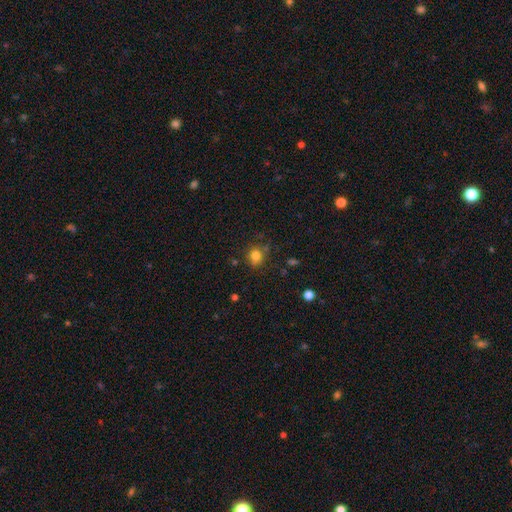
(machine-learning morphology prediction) type=smooth (80%); roundness=round (72%); merging=none (71%).